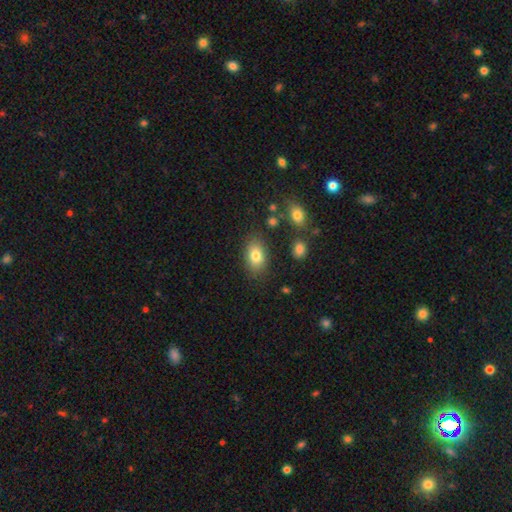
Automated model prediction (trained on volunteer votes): Q: Smooth or featured?
A: smooth (80%); runner-up: featured or disk (11%)
Q: How rounded?
A: in between (87%); runner-up: round (12%)
Q: Merging?
A: none (82%); runner-up: minor disturbance (12%)